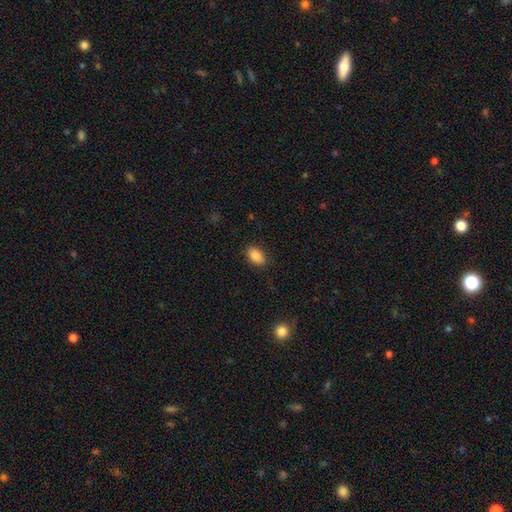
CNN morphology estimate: This appears to be a smooth galaxy with no disk features (87%) that is in between round and cigar-shaped (92%). Merging: none (87%).